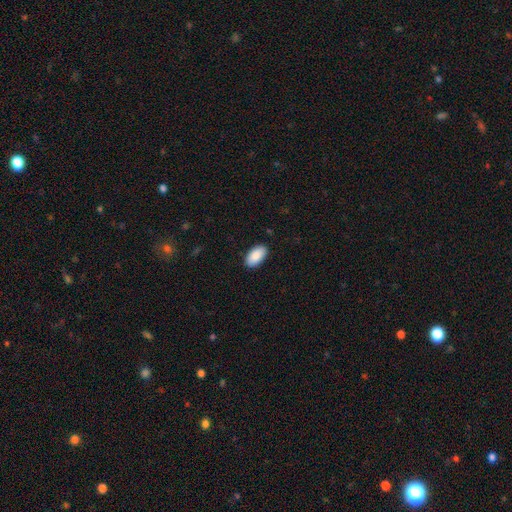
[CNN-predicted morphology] This appears to be a smooth galaxy with no disk features (89%) that is in between round and cigar-shaped (96%). Merging: none (89%).